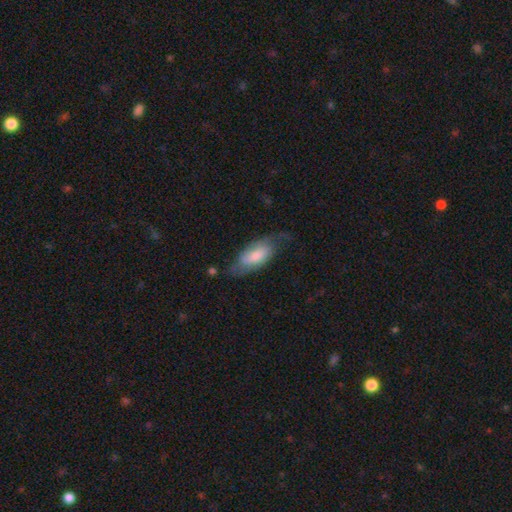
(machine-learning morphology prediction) type=smooth (52%); roundness=in between (85%); merging=none (50%).